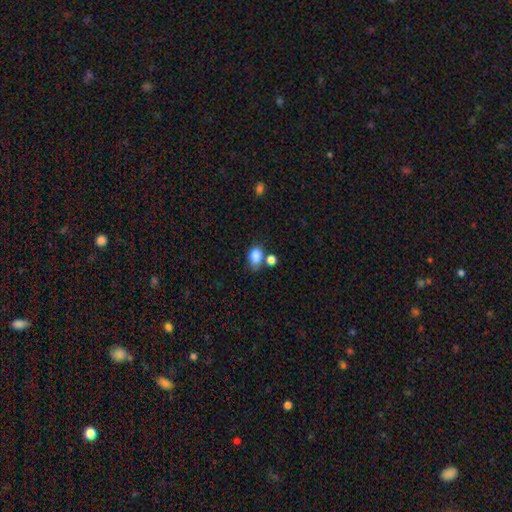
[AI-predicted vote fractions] Morphology: type=smooth (84%); roundness=in between (71%); merging=none (54%).